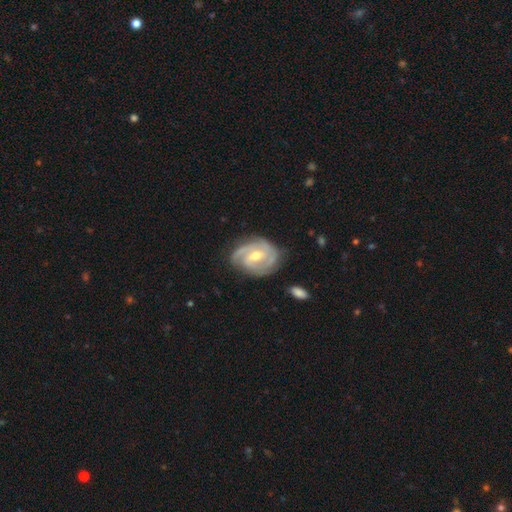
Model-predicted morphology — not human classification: A featured or disk galaxy (87%) with a weak bar (49%), 2 (42%) tight (58%) spiral arms (96%) and a moderate central bulge (65%). Merging: none (72%).